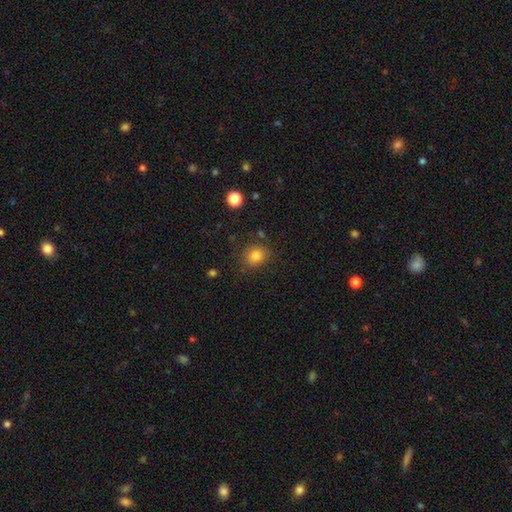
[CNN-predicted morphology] type=smooth (81%); roundness=round (74%); merging=none (81%).